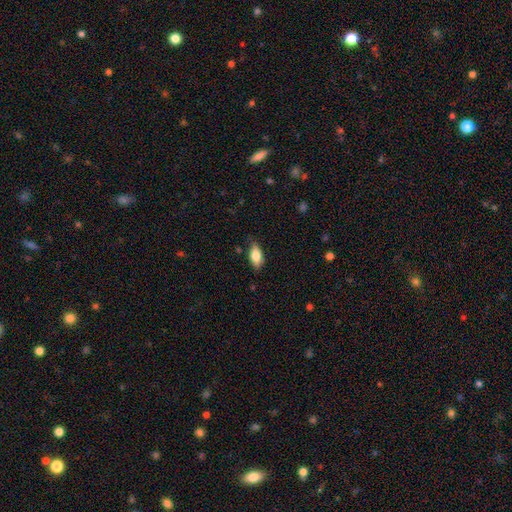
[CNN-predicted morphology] smooth-or-featured: smooth: 71% | featured or disk: 22% | star or artifact: 7%
  how-rounded: in between: 83% | cigar-shaped: 14% | round: 3%
  merging: none: 75% | minor disturbance: 20% | major disturbance: 4% | merger: 2%